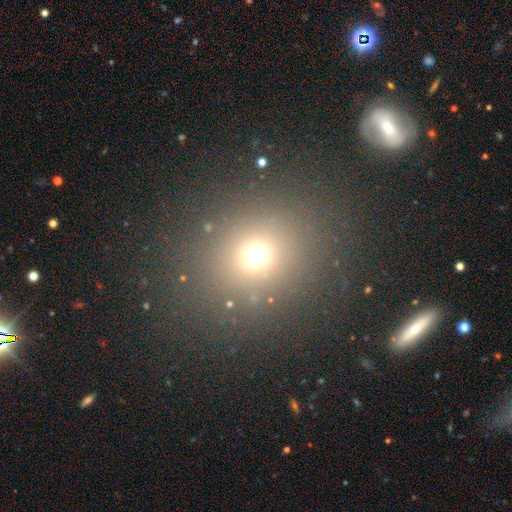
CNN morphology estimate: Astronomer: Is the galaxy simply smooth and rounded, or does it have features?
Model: smooth — 67%.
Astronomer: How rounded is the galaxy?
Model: round — 74%.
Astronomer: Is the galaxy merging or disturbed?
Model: none — 83%.